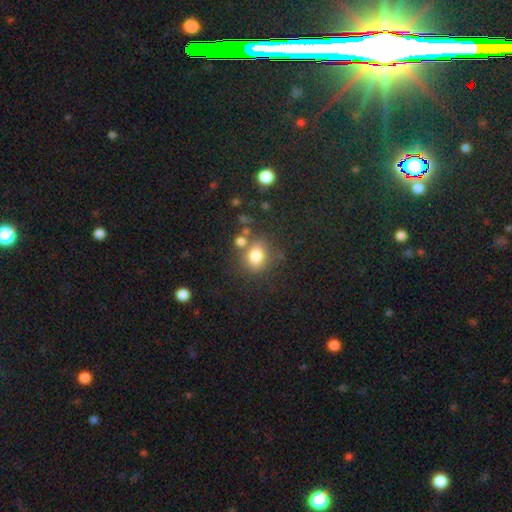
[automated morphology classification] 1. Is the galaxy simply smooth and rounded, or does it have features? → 79% smooth, 12% star or artifact, 9% featured or disk.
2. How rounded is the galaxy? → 63% round, 36% in between, 1% cigar-shaped.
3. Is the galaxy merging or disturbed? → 64% none, 15% merger, 14% minor disturbance, 6% major disturbance.